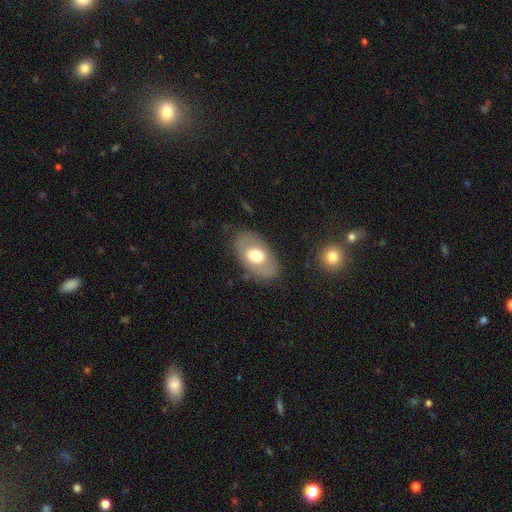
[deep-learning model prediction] The model was most divided on "smooth or featured": smooth: 58%, featured or disk: 35%, star or artifact: 7%. More confident: how rounded — in between (89%); merging — none (78%).